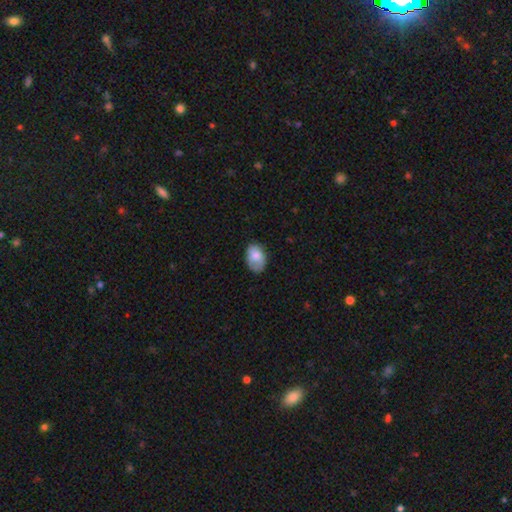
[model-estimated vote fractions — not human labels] Smooth or featured: smooth — 78% (featured or disk — 14%)
How rounded: in between — 85% (round — 14%)
Merging: none — 61% (minor disturbance — 30%)